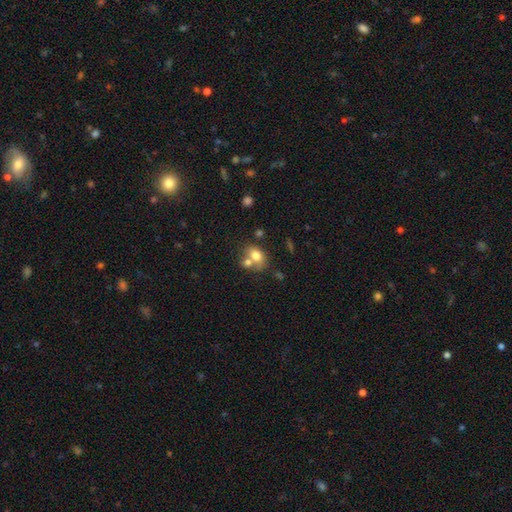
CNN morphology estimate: Smooth or featured? smooth (74%)
How rounded? in between (69%)
Merging? merger (45%)